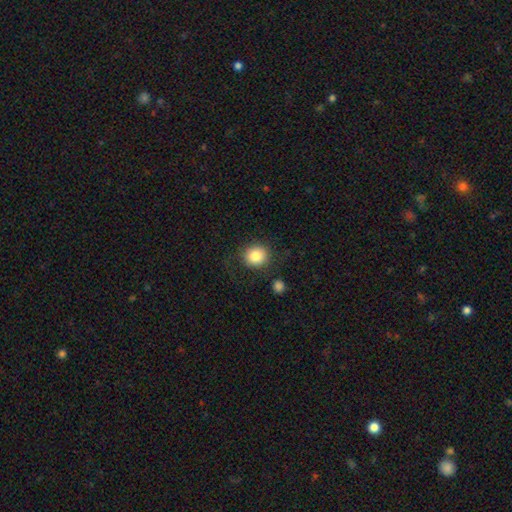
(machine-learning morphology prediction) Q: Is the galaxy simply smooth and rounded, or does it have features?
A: smooth — 84%.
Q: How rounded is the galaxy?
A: round — 86%.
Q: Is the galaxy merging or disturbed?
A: none — 83%.